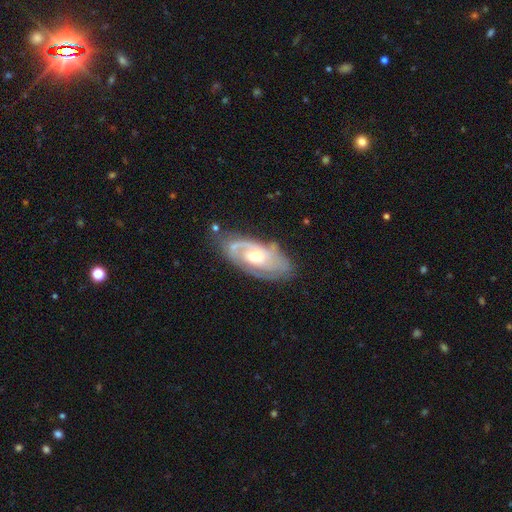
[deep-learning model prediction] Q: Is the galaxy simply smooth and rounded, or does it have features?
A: featured or disk — 84%.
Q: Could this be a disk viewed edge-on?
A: no — 94%.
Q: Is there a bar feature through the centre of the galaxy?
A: no — 67%.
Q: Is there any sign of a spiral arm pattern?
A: yes — 93%.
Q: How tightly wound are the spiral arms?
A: tight — 53%.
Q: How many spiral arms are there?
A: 2 — 46%.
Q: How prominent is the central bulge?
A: moderate — 62%.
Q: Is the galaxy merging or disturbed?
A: none — 67%.